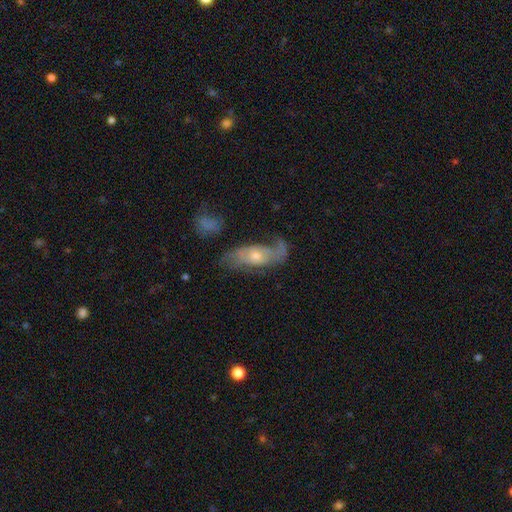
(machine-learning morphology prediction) The model was most divided on "bulge size": moderate: 49%, small: 44%, large: 4%, none: 2%, dominant: 1%. Remaining: edge-on disk — no (88%); spiral arms — yes (84%); smooth or featured — featured or disk (70%); bar — no (69%); spiral arm count — 2 (60%); merging — none (49%); spiral winding — loose (47%).